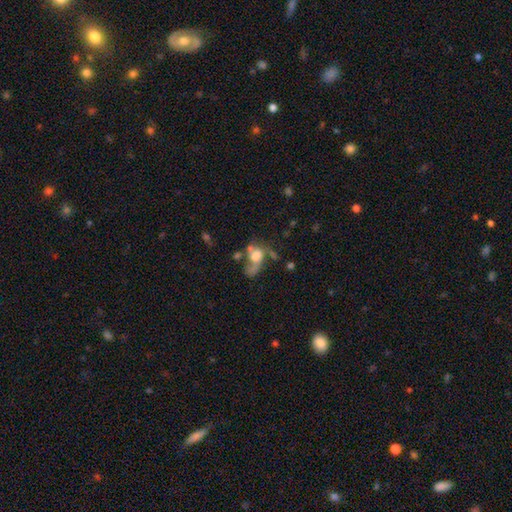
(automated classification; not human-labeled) A smooth galaxy with no disk features (44%, tied with featured or disk).

Vote fractions:
- Smooth or featured? smooth: 44% (tied) / featured or disk: 44% (tied) / star or artifact: 12%
- Merging? major disturbance: 40% / merger: 27% / none: 20% / minor disturbance: 13%